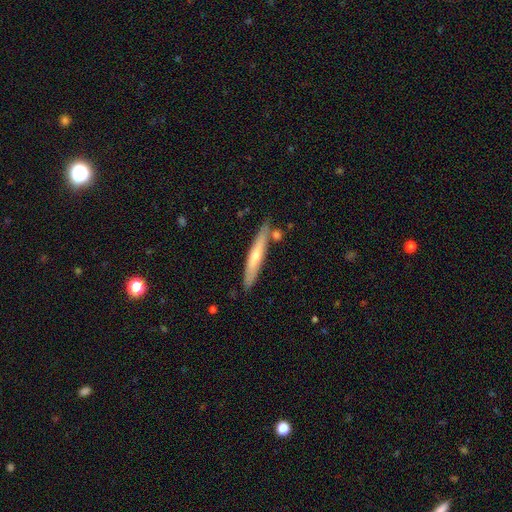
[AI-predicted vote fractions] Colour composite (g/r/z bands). It shows a featured or disk galaxy (50%). Merging: none (79%).